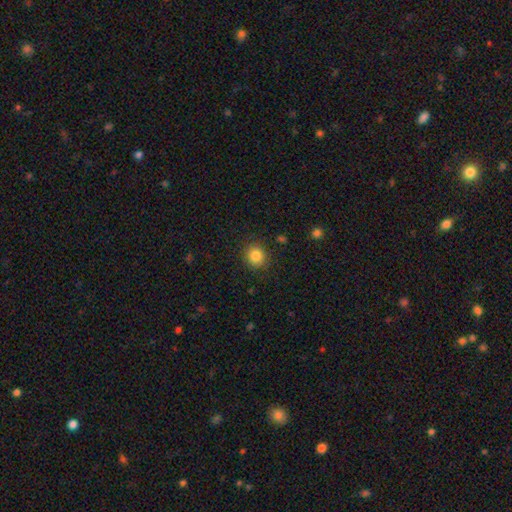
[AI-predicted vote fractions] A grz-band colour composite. It shows a smooth galaxy with no disk features (84%) that is round (82%). Merging: none (87%).